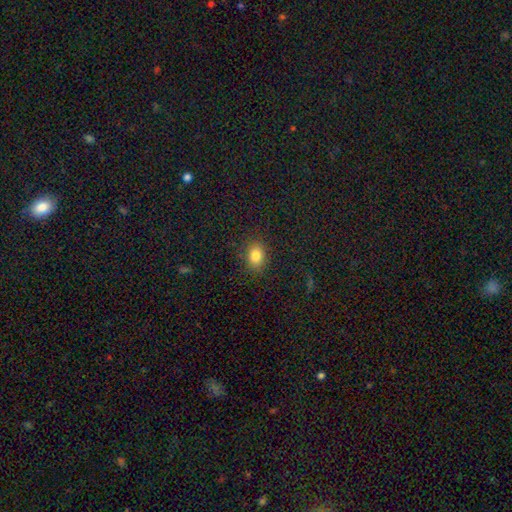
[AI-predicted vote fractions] A smooth galaxy with no disk features (83%) that is in between round and cigar-shaped (63%). Merging: none (87%).